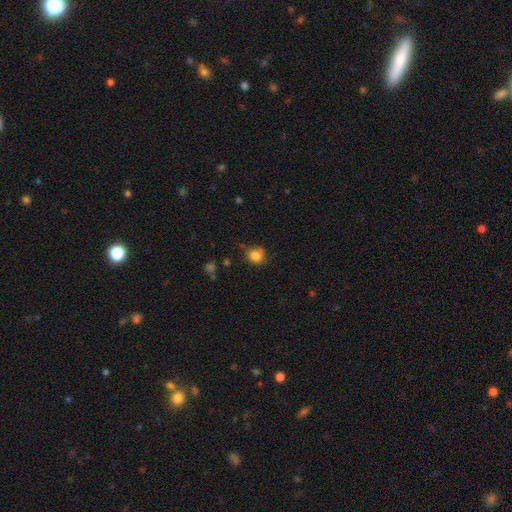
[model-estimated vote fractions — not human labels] Morphology: type=smooth (83%); roundness=round (83%); merging=none (66%).